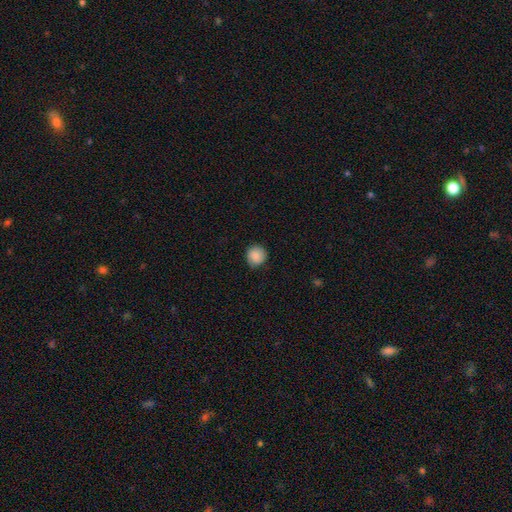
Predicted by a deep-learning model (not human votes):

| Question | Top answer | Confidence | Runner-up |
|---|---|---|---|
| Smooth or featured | smooth | 86% | star or artifact (8%) |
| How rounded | round | 91% | in between (8%) |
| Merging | none | 84% | minor disturbance (13%) |